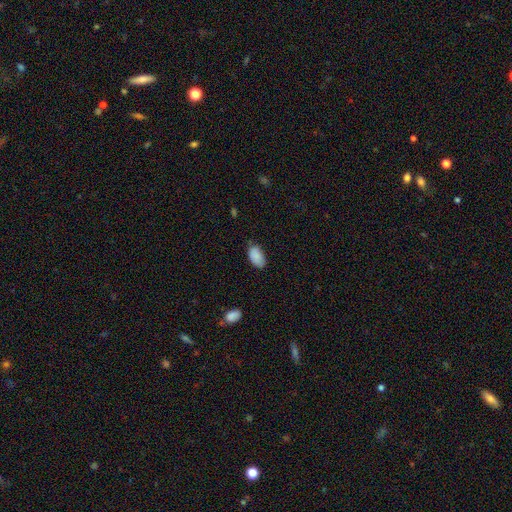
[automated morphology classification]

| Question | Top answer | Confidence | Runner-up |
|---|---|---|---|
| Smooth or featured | smooth | 87% | star or artifact (7%) |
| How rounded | in between | 94% | round (4%) |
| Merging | none | 70% | minor disturbance (24%) |